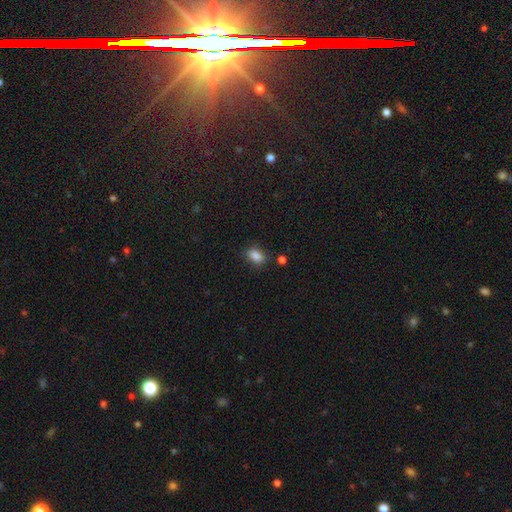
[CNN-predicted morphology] smooth 85%, star or artifact 10%, featured or disk 5%. Down the decision tree: how rounded — in between (80%); merging — none (74%).